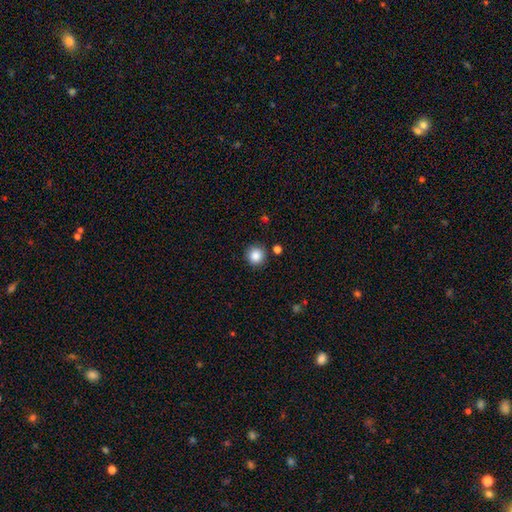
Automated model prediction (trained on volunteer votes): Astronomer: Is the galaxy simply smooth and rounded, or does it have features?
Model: smooth — 86%.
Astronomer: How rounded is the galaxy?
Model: round — 94%.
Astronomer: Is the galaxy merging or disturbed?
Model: none — 88%.